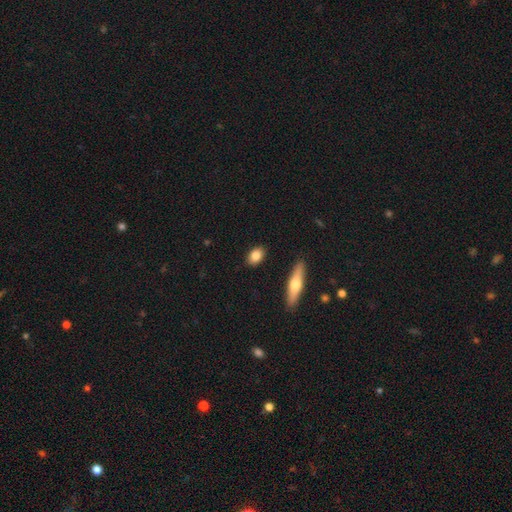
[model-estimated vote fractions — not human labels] The model was most divided on "how rounded": in between: 79%, round: 16%, cigar-shaped: 5%. More confident: merging — none (88%); smooth or featured — smooth (82%).